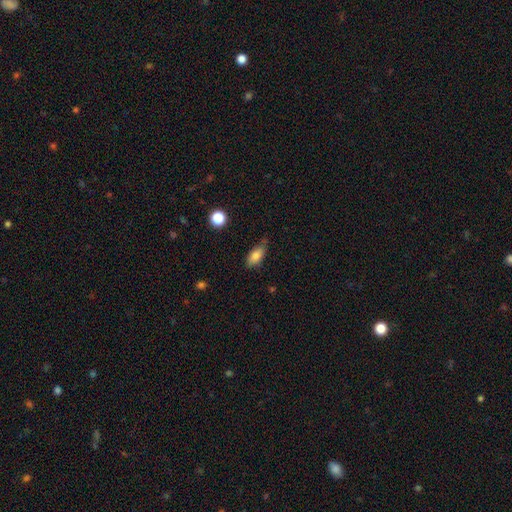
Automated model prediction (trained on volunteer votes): smooth-or-featured: smooth: 81% | featured or disk: 11% | star or artifact: 8%
  how-rounded: in between: 85% | cigar-shaped: 9% | round: 5%
  merging: none: 63% | minor disturbance: 28% | major disturbance: 5% | merger: 3%